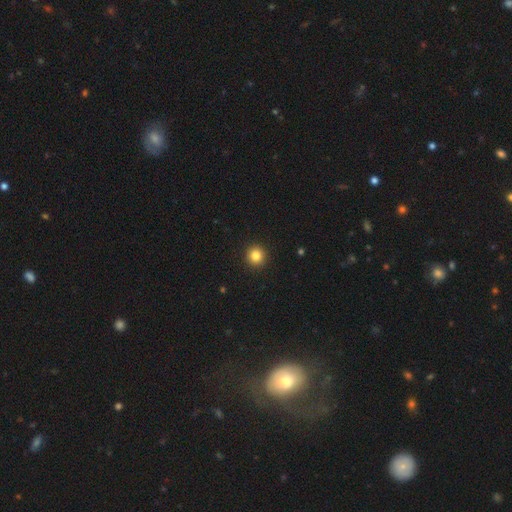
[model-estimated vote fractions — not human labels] Morphology: type=smooth (84%); roundness=round (94%); merging=none (93%).